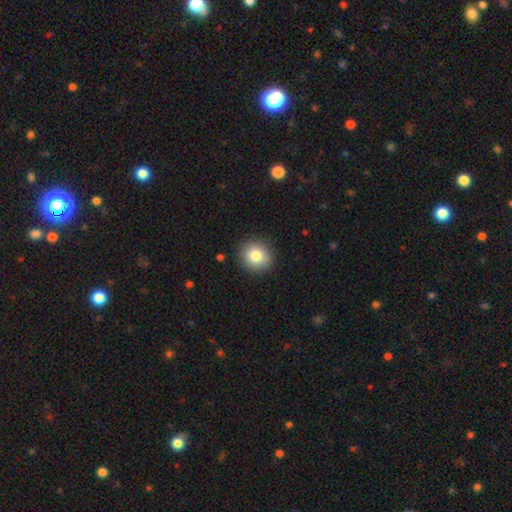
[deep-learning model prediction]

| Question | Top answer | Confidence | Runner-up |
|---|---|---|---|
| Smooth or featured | smooth | 83% | star or artifact (9%) |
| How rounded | round | 87% | in between (12%) |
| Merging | none | 89% | minor disturbance (7%) |